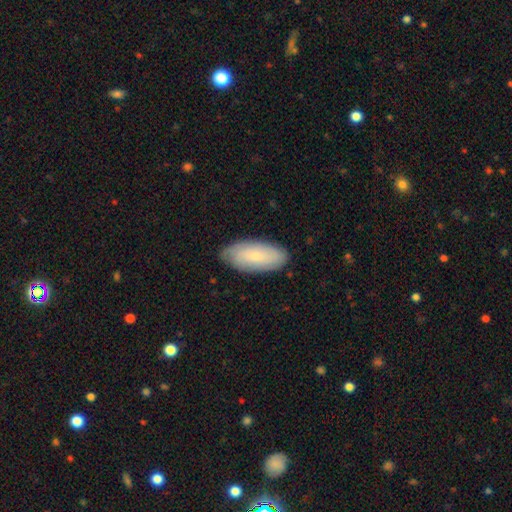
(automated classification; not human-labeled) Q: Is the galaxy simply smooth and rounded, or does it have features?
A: smooth — 66%.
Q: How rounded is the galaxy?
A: in between — 86%.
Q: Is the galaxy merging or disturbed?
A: none — 82%.